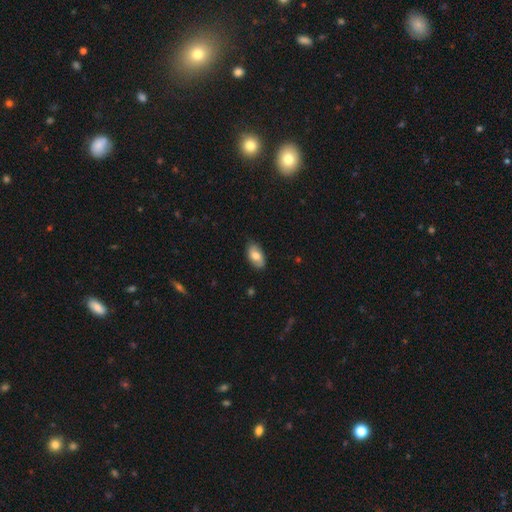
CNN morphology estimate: smooth_or_featured: smooth (p=0.71) [alt: featured or disk p=0.22]
how_rounded: in between (p=0.93) [alt: round p=0.04]
merging: none (p=0.81) [alt: minor disturbance p=0.15]